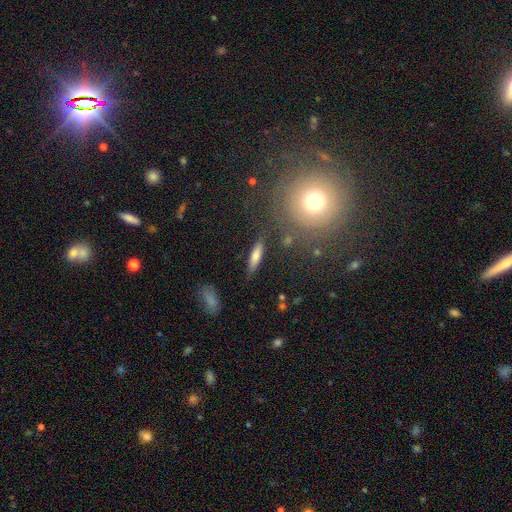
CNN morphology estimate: Q: Smooth or featured?
A: smooth (70%); runner-up: featured or disk (23%)
Q: How rounded?
A: cigar-shaped (73%); runner-up: in between (25%)
Q: Merging?
A: none (82%); runner-up: minor disturbance (11%)